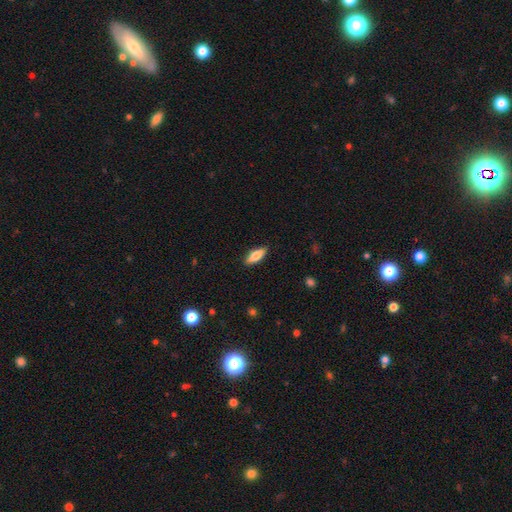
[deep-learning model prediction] A smooth galaxy with no disk features (71%) that is in between round and cigar-shaped (60%). Merging: none (88%).